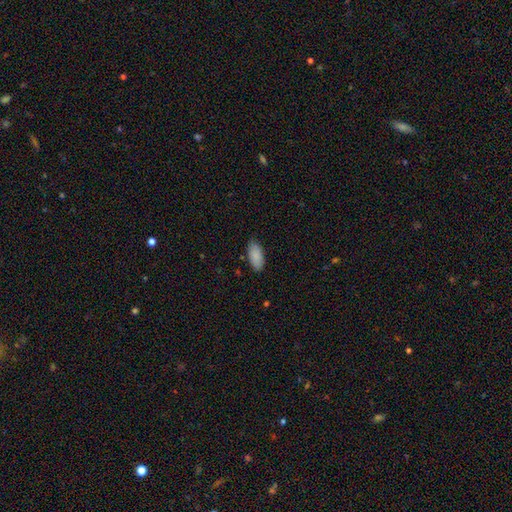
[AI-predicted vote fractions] smooth-or-featured: smooth: 88% | star or artifact: 6% | featured or disk: 5%
  how-rounded: in between: 90% | cigar-shaped: 8% | round: 2%
  merging: none: 82% | minor disturbance: 14% | major disturbance: 2% | merger: 1%